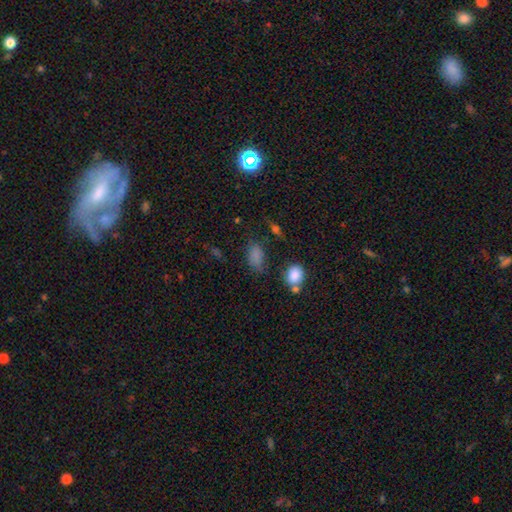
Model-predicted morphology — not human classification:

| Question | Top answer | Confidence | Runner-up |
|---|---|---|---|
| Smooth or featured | smooth | 80% | star or artifact (14%) |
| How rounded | in between | 86% | round (11%) |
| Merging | none | 60% | minor disturbance (24%) |